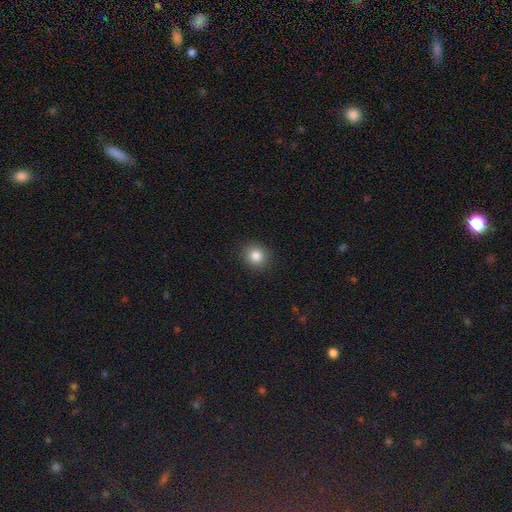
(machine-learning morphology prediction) Smooth or featured? Predicted: smooth (p=0.84). How rounded? Predicted: round (p=0.82). Merging? Predicted: none (p=0.90).